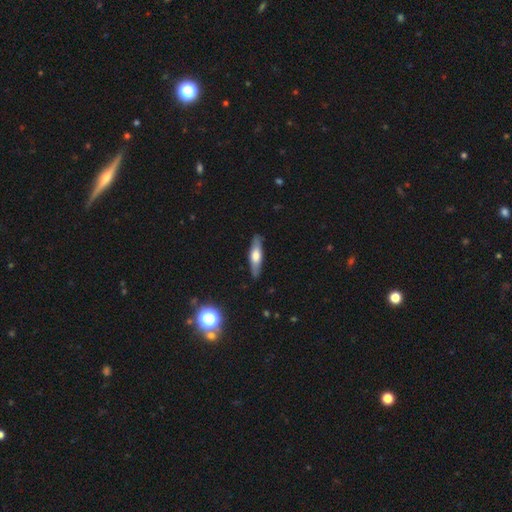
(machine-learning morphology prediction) type=smooth (51%); roundness=cigar-shaped (67%); merging=none (87%).